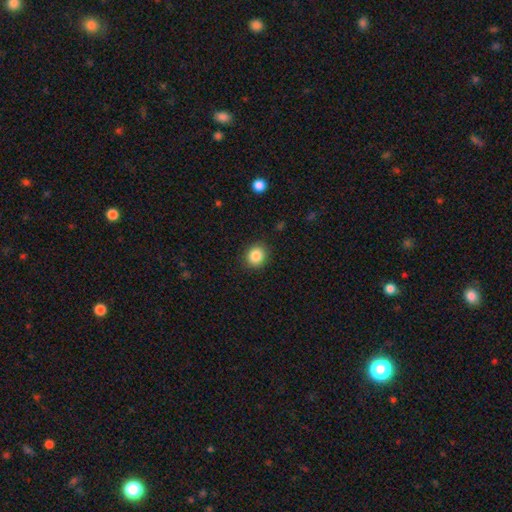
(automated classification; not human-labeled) This is clearly a smooth galaxy (86%). How rounded: likely round (79%). Merging: clearly none (88%).